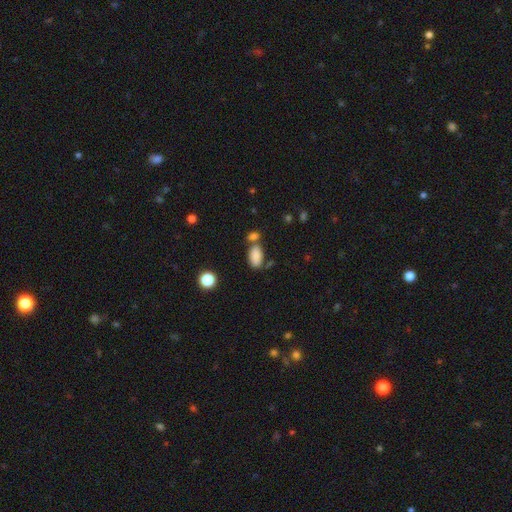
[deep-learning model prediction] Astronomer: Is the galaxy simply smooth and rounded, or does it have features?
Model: smooth — 86%.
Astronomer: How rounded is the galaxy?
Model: in between — 93%.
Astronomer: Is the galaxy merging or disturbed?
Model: none — 54%.